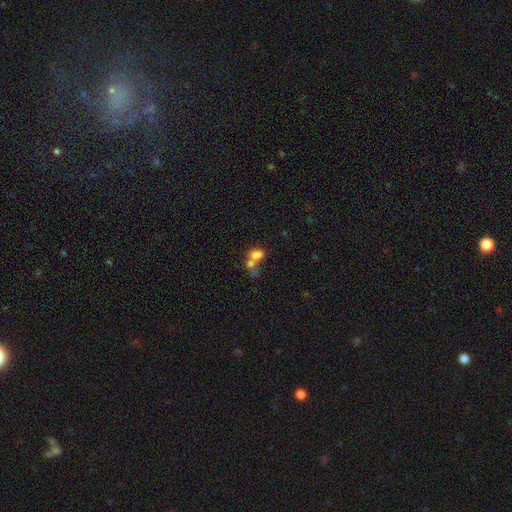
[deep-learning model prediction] Smooth or featured? Predicted: smooth (p=0.71). How rounded? Predicted: in between (p=0.67). Merging? Predicted: merger (p=0.65).